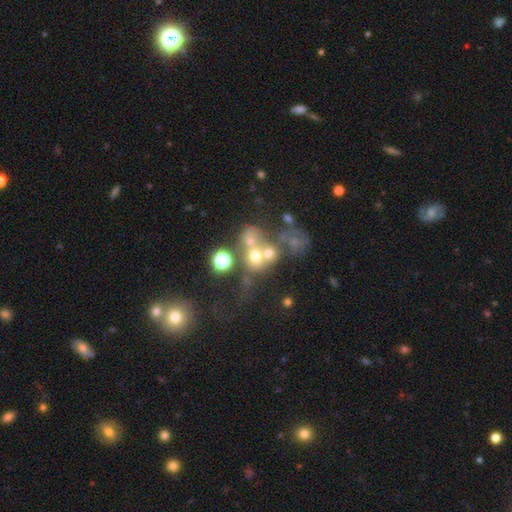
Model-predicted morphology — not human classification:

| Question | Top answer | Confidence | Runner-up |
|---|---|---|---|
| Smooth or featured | smooth | 51% | featured or disk (25%) |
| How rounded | round | 69% | in between (30%) |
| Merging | merger | 52% | none (28%) |